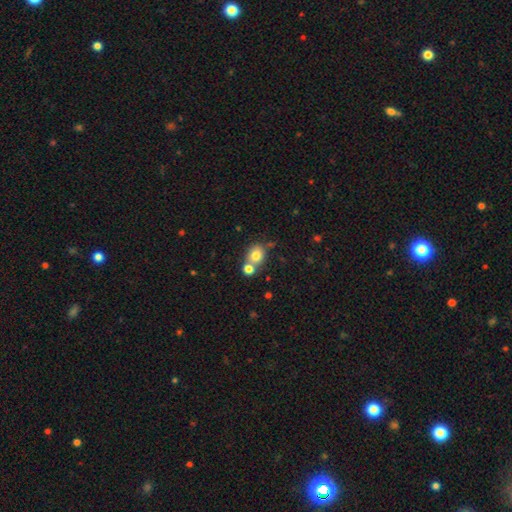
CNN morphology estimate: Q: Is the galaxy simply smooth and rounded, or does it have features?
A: smooth — 78%.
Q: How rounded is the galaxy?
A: round — 65%.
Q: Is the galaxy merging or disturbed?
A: none — 47%.